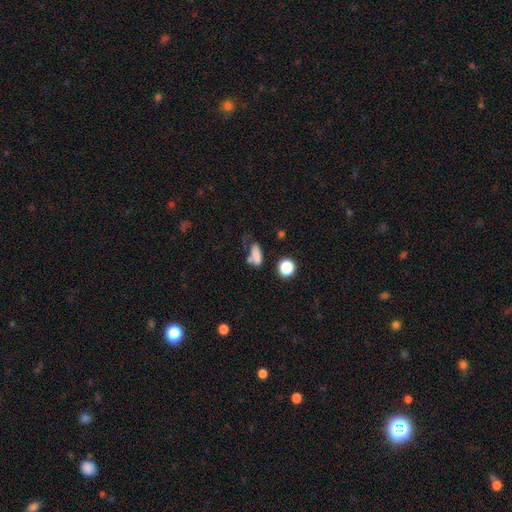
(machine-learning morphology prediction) smooth 75%, star or artifact 14%, featured or disk 11%. Down the decision tree: how rounded — in between (74%); merging — none (39%).